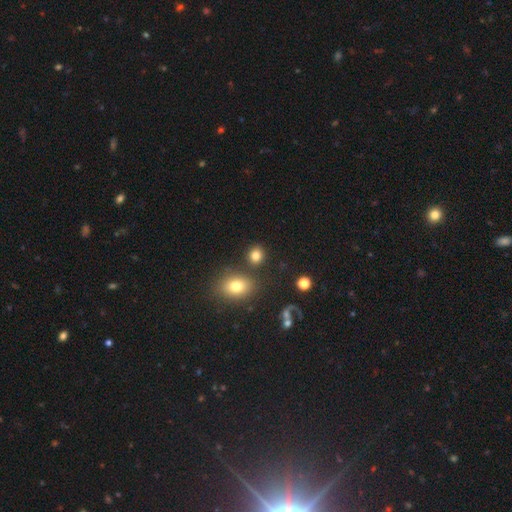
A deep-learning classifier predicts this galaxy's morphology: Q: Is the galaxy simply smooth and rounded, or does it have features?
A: smooth — 81%.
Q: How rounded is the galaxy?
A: round — 76%.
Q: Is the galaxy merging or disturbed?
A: none — 81%.